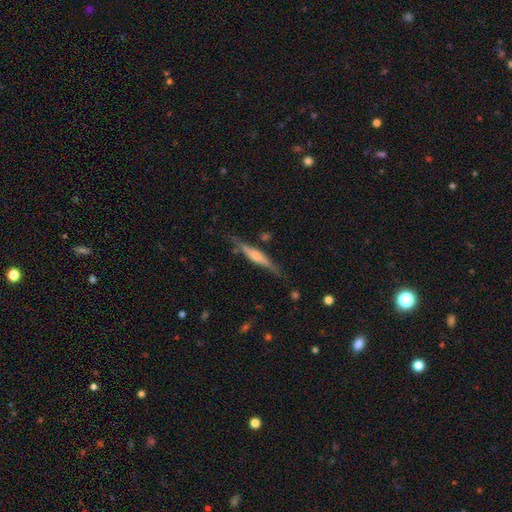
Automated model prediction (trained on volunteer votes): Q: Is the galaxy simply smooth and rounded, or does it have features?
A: featured or disk — 67%.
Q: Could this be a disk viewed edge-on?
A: yes — 96%.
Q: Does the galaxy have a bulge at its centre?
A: rounded — 68%.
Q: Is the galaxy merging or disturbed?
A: none — 80%.